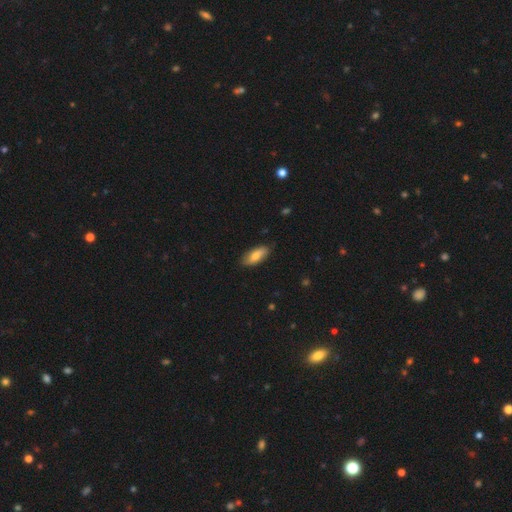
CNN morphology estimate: Q: Smooth or featured?
A: smooth (73%); runner-up: featured or disk (21%)
Q: How rounded?
A: in between (82%); runner-up: cigar-shaped (15%)
Q: Merging?
A: none (84%); runner-up: minor disturbance (13%)